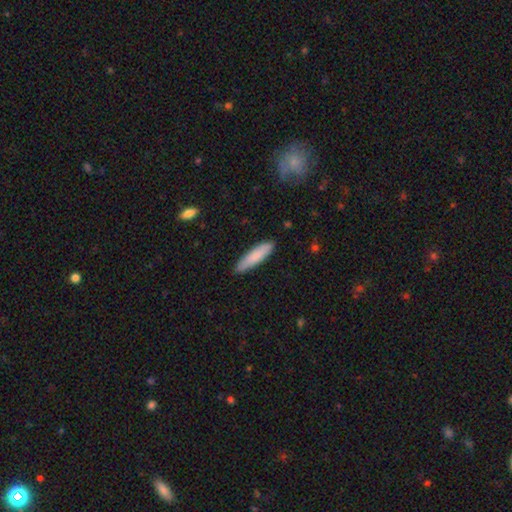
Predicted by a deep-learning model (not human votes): smooth 84%, featured or disk 11%, star or artifact 5%. Down the decision tree: how rounded — cigar-shaped (76%); merging — none (88%).